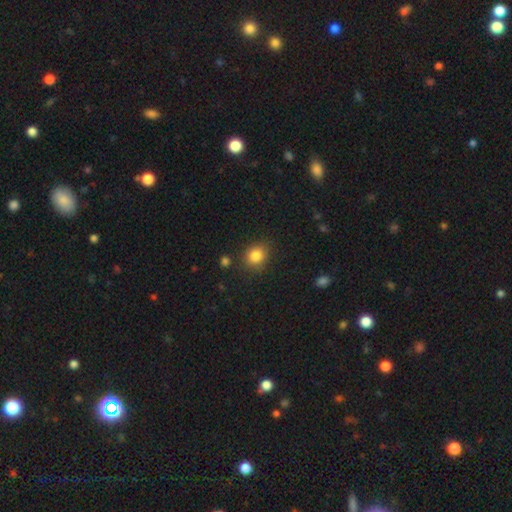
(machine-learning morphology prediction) smooth 84%, star or artifact 11%, featured or disk 5%. Down the decision tree: how rounded — round (67%); merging — none (81%).